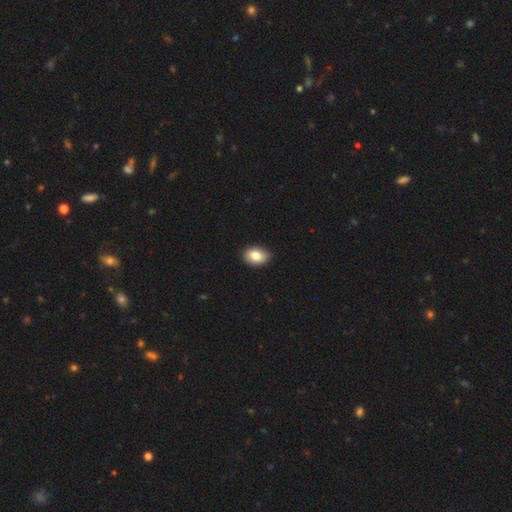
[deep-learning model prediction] A smooth galaxy with no disk features (82%) that is in between round and cigar-shaped (78%). Merging: none (87%).